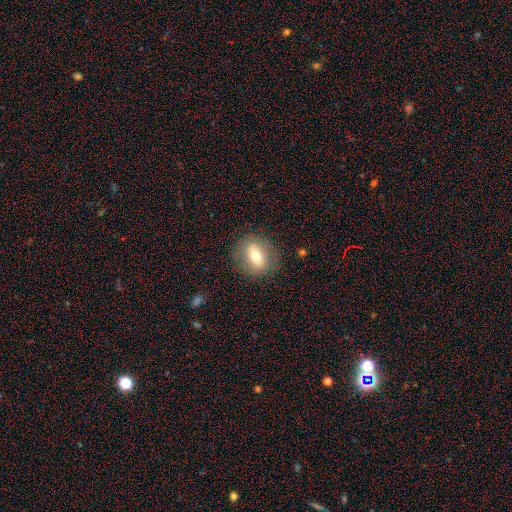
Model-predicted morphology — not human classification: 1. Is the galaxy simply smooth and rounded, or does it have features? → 57% smooth, 34% featured or disk, 9% star or artifact.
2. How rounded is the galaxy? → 52% in between, 44% round, 5% cigar-shaped.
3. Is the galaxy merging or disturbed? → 84% none, 10% minor disturbance, 4% major disturbance, 1% merger.